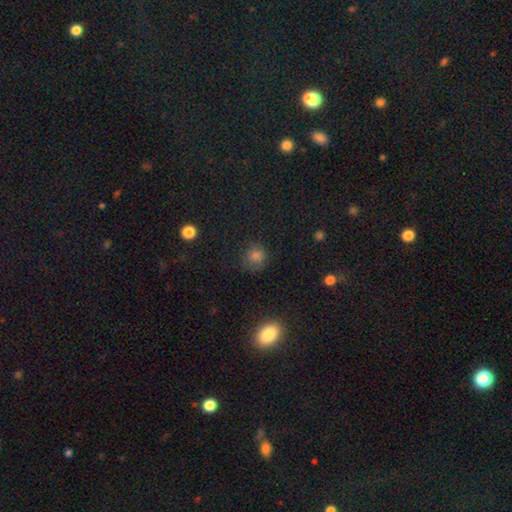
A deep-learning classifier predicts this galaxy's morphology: Q: Smooth or featured?
A: smooth (77%); runner-up: star or artifact (17%)
Q: How rounded?
A: round (84%); runner-up: in between (15%)
Q: Merging?
A: none (78%); runner-up: minor disturbance (15%)